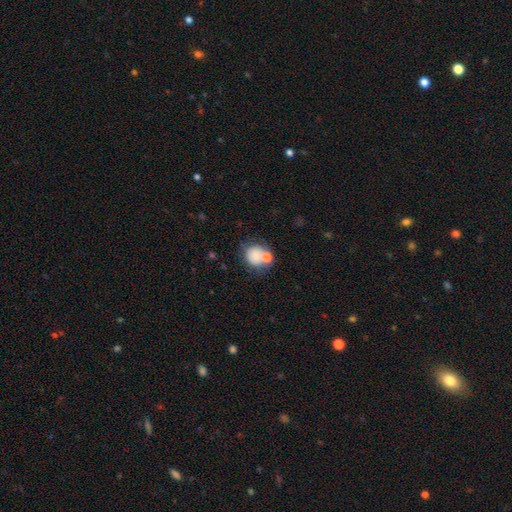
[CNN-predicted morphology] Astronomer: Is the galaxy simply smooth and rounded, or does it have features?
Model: smooth — 73%.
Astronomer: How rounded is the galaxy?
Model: round — 75%.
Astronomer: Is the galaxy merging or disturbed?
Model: none — 44% (runner-up: merger, 31%).